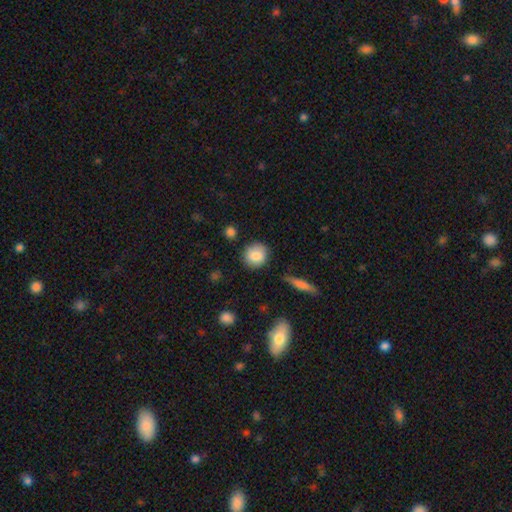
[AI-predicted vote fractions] Overall: smooth (84%). How rounded: round (85%). Merging: none (84%).